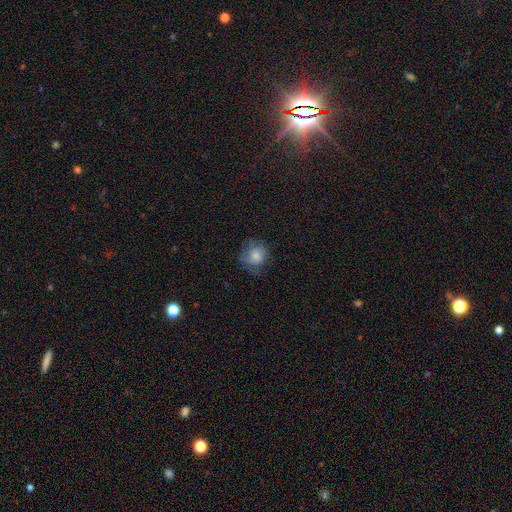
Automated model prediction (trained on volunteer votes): The model was most divided on "merging": none: 62%, minor disturbance: 24%, major disturbance: 13%, merger: 1%. More confident: how rounded — round (82%); smooth or featured — smooth (74%).